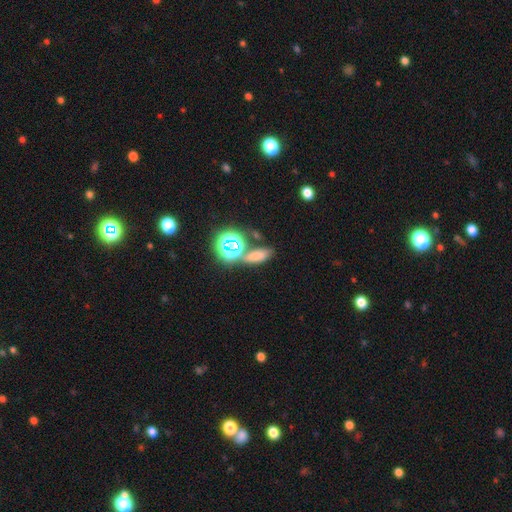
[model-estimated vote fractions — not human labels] A smooth galaxy with no disk features (60%) that is in between round and cigar-shaped (70%).

Vote fractions:
- Smooth or featured? smooth: 60% / star or artifact: 30% / featured or disk: 10%
- How rounded? in between: 70% / round: 15% / cigar-shaped: 14%
- Merging? none: 56% / merger: 23% / minor disturbance: 14% / major disturbance: 7%